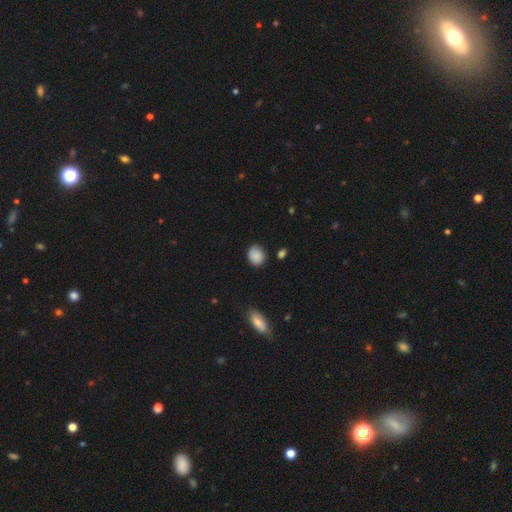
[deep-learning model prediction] Morphology: type=smooth (86%); roundness=round (69%); merging=none (73%).